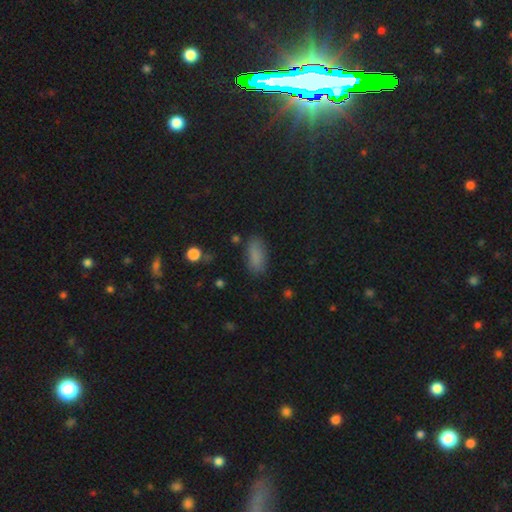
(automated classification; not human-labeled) Morphology: type=smooth (83%); roundness=in between (82%); merging=none (78%).